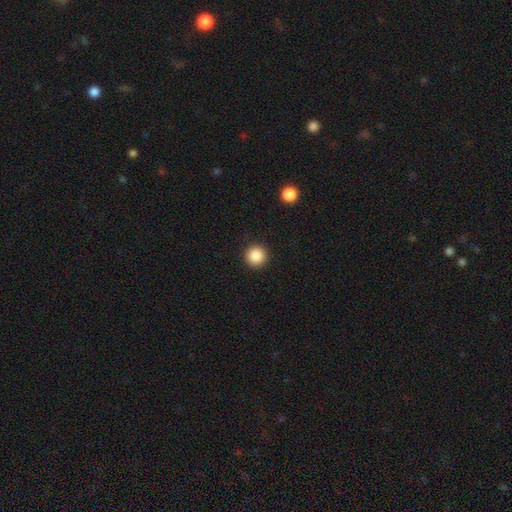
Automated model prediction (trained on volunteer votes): Q: Smooth or featured?
A: smooth (88%); runner-up: star or artifact (9%)
Q: How rounded?
A: round (96%); runner-up: in between (3%)
Q: Merging?
A: none (93%); runner-up: minor disturbance (4%)